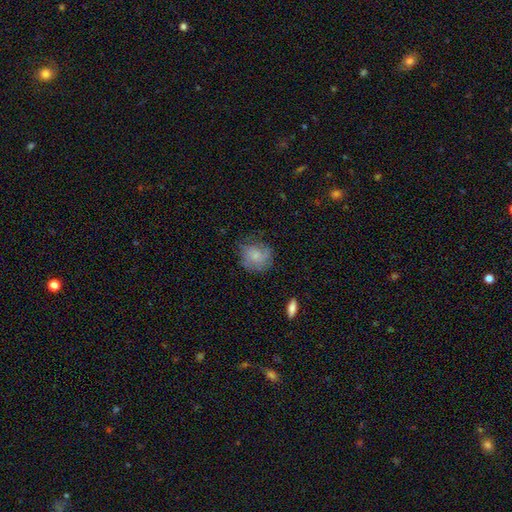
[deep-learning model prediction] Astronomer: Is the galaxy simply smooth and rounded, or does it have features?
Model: smooth — 63%.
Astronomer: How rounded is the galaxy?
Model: round — 79%.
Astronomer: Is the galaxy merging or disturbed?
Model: none — 64%.